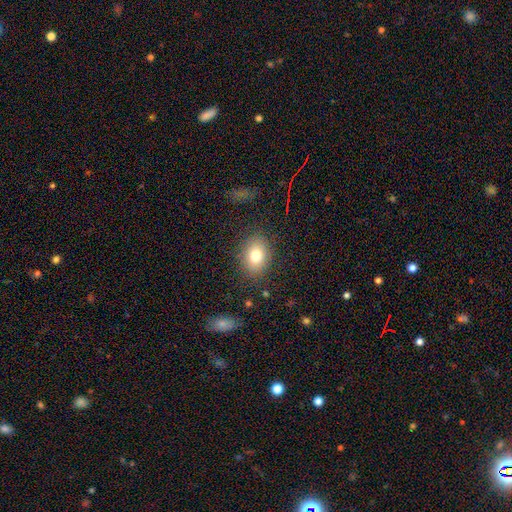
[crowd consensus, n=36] Overall: smooth (89%). How rounded: in between (69%; round 31%). Merging: none (86%).